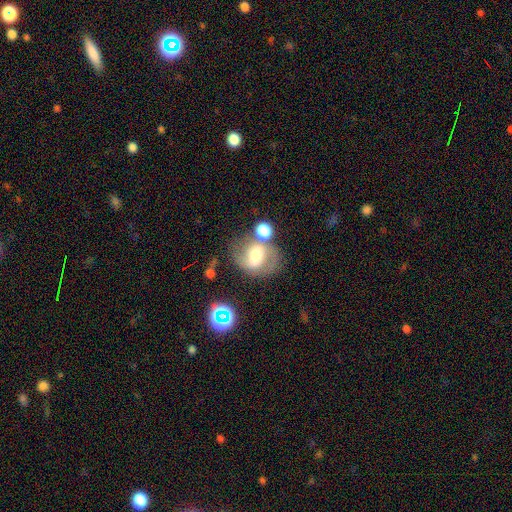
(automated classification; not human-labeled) Smooth or featured: featured or disk — 55% (smooth — 33%)
Edge-on disk: no — 96% (yes — 4%)
Bar: weak — 42% (strong — 31%)
Spiral arms: yes — 74% (no — 26%)
Bulge size: moderate — 50% (small — 26%)
Merging: none — 55% (minor disturbance — 18%)